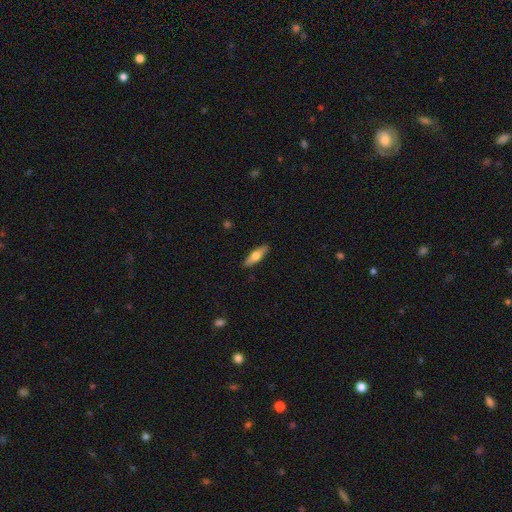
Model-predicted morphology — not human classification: This appears to be a smooth galaxy with no disk features (60%) that is cigar-shaped (55%). Merging: none (90%).